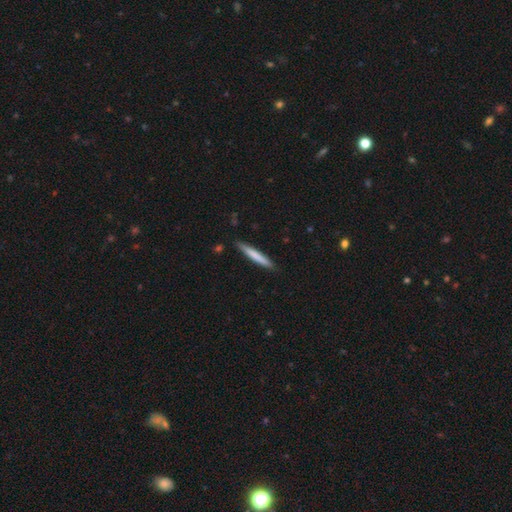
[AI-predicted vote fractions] Smooth or featured?
  - smooth: 71% *
  - featured or disk: 24%
  - star or artifact: 5%
How rounded?
  - cigar-shaped: 95% *
  - in between: 4%
  - round: 1%
Merging?
  - none: 88% *
  - minor disturbance: 9%
  - major disturbance: 2%
  - merger: 1%